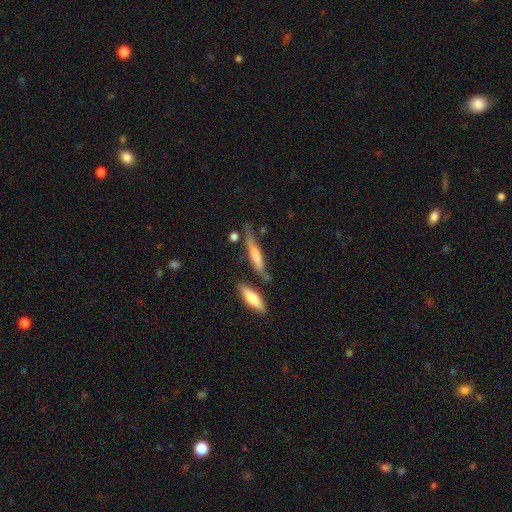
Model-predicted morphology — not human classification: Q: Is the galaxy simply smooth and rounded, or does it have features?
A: smooth — 61%.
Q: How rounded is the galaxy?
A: cigar-shaped — 84%.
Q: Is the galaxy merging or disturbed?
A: none — 59%.